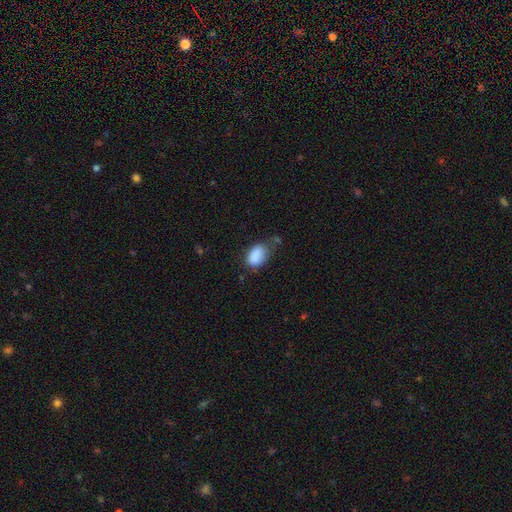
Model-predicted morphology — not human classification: Smooth or featured?
  - smooth: 87% *
  - star or artifact: 8%
  - featured or disk: 5%
How rounded?
  - in between: 87% *
  - round: 12%
  - cigar-shaped: 1%
Merging?
  - none: 56% *
  - minor disturbance: 30%
  - major disturbance: 9%
  - merger: 5%